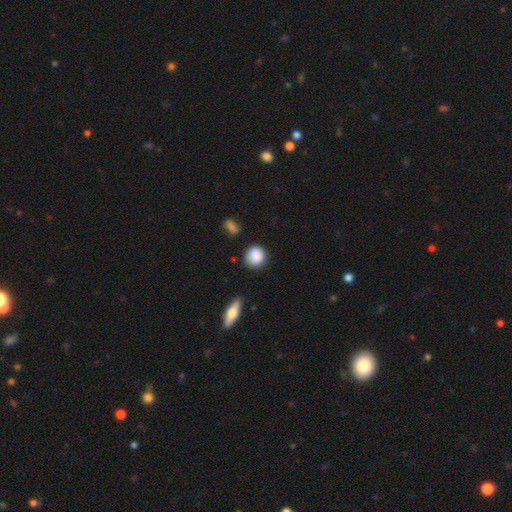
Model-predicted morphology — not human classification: Smooth or featured: smooth — 88% (star or artifact — 7%)
How rounded: round — 83% (in between — 15%)
Merging: none — 83% (minor disturbance — 12%)